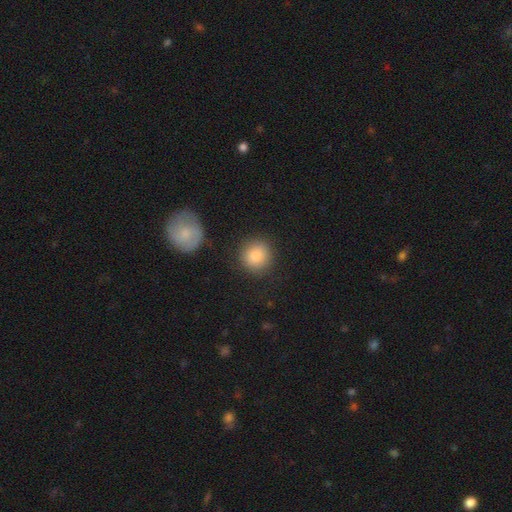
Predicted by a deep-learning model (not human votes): This appears to be a smooth galaxy with no disk features (87%) that is round (91%). Merging: none (87%).